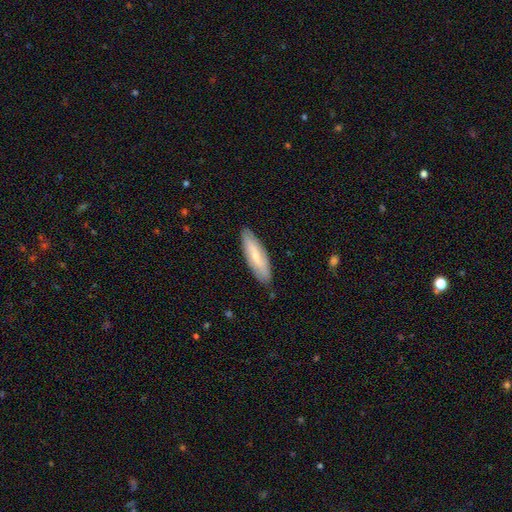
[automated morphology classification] Q: Smooth or featured?
A: smooth (56%); runner-up: featured or disk (38%)
Q: How rounded?
A: cigar-shaped (53%); runner-up: in between (46%)
Q: Merging?
A: none (85%); runner-up: minor disturbance (12%)